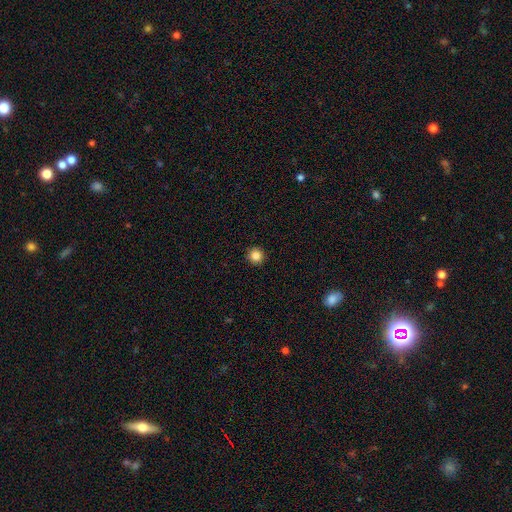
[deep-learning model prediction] A smooth galaxy with no disk features (84%) that is round (96%).

Vote fractions:
- Smooth or featured? smooth: 84% / star or artifact: 11% / featured or disk: 4%
- How rounded? round: 96% / in between: 3% / cigar-shaped: 1%
- Merging? none: 94% / minor disturbance: 4% / major disturbance: 1% / merger: 1%